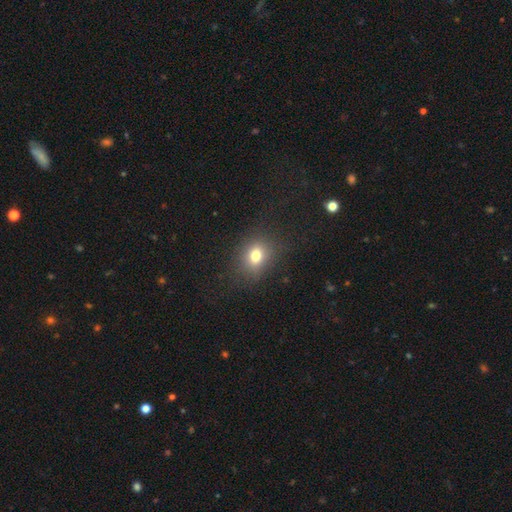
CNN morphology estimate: Smooth or featured? Predicted: smooth (p=0.75). How rounded? Predicted: round (p=0.51). Merging? Predicted: none (p=0.81).